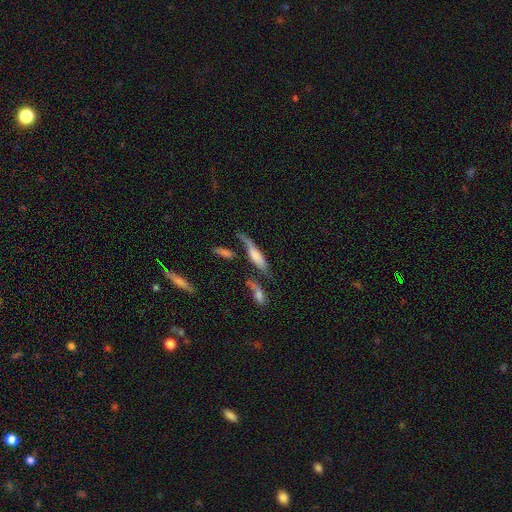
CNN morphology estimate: This is possibly a smooth galaxy (47%). Merging: marginally none (39%).